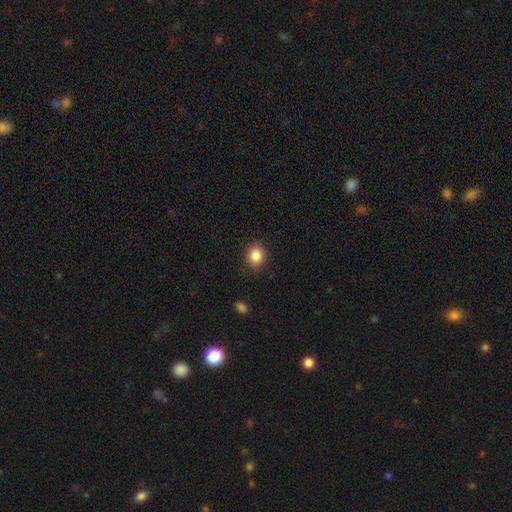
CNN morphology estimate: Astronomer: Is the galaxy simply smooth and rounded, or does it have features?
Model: smooth — 86%.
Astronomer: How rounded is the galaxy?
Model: round — 71%.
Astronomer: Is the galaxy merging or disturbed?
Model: none — 87%.